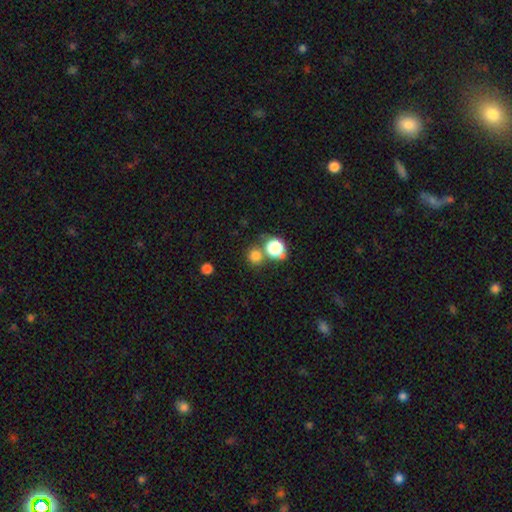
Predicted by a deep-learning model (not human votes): smooth_or_featured: smooth (p=0.77) [alt: star or artifact p=0.17]
how_rounded: round (p=0.87) [alt: in between p=0.12]
merging: none (p=0.64) [alt: merger p=0.25]